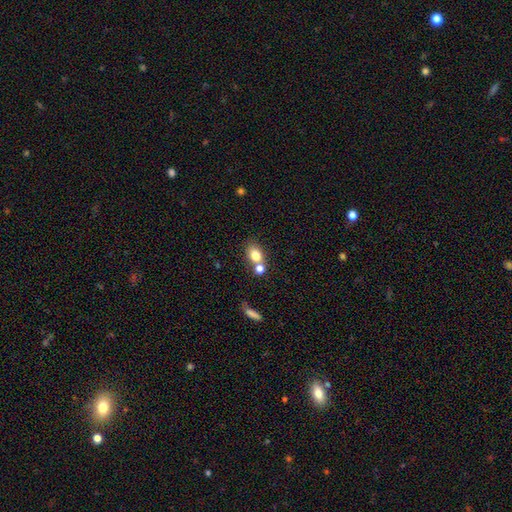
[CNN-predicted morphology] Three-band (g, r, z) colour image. It shows a smooth galaxy with no disk features (78%) that is in between round and cigar-shaped (65%). Merging: none (49%).